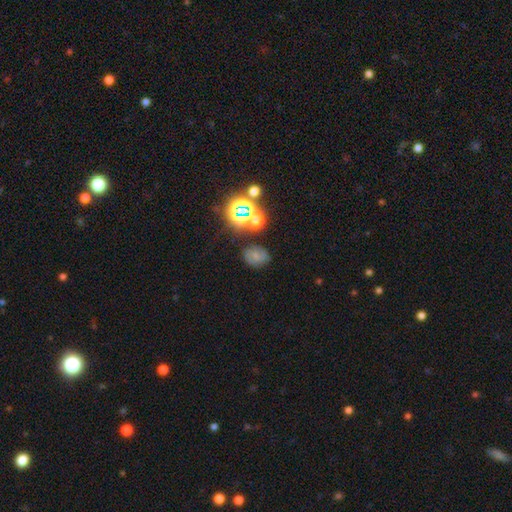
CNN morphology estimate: smooth 46%, featured or disk 30%, star or artifact 25%. Down the decision tree: merging — none (71%).